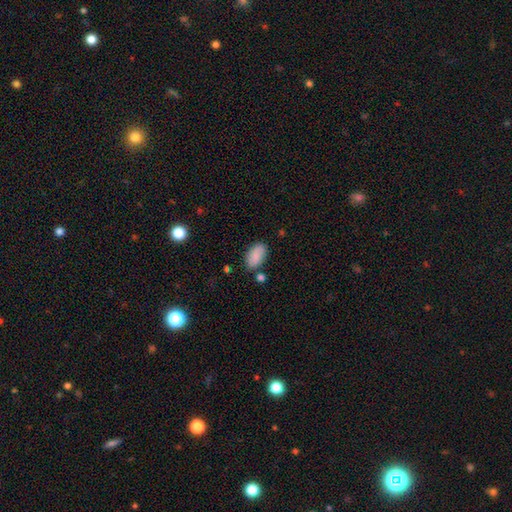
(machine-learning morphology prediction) smooth_or_featured: smooth (p=0.82) [alt: featured or disk p=0.11]
how_rounded: in between (p=0.94) [alt: round p=0.04]
merging: none (p=0.78) [alt: minor disturbance p=0.14]